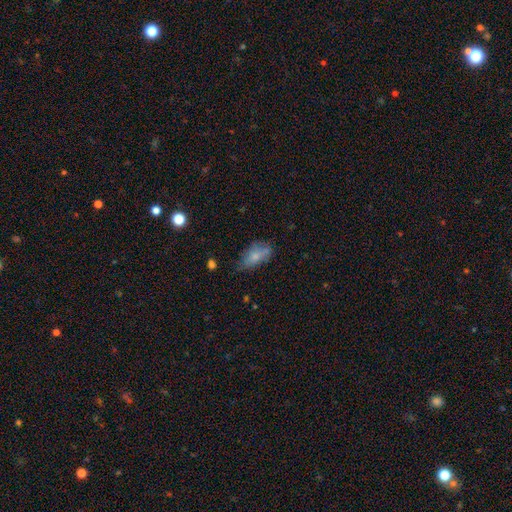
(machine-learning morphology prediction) Q: Smooth or featured?
A: smooth (73%); runner-up: featured or disk (18%)
Q: How rounded?
A: in between (88%); runner-up: cigar-shaped (7%)
Q: Merging?
A: none (54%); runner-up: minor disturbance (31%)